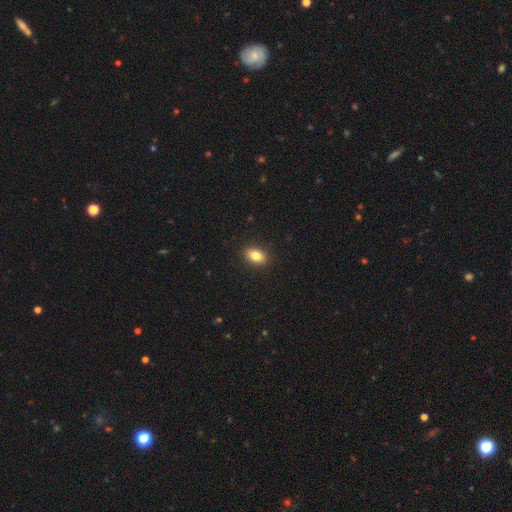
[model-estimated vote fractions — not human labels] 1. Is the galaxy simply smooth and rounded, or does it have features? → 83% smooth, 9% star or artifact, 8% featured or disk.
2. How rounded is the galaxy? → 83% in between, 16% round, 2% cigar-shaped.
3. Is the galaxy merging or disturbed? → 90% none, 7% minor disturbance, 2% major disturbance, 1% merger.